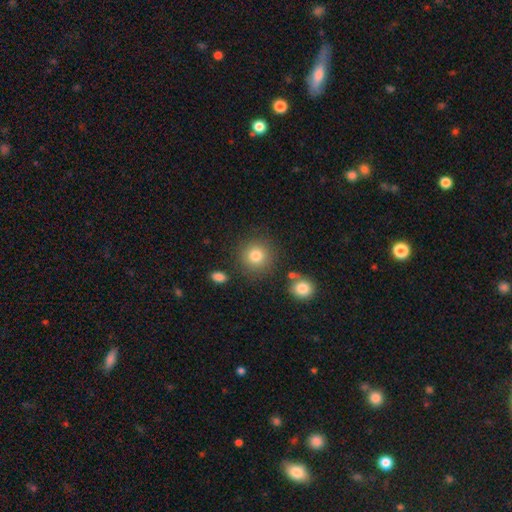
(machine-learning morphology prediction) Smooth or featured? Predicted: smooth (p=0.82). How rounded? Predicted: round (p=0.92). Merging? Predicted: none (p=0.83).